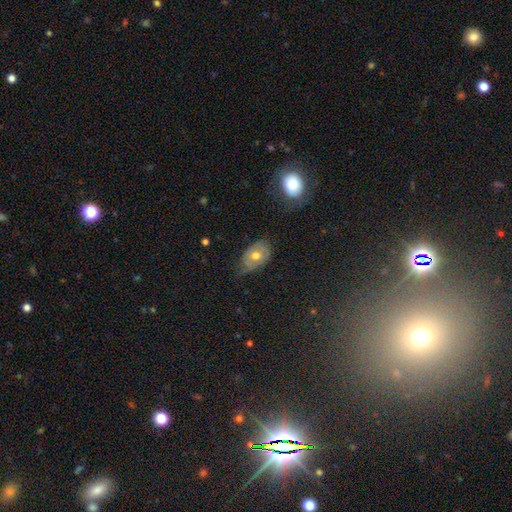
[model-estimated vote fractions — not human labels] A smooth galaxy with no disk features (50%) that is in between round and cigar-shaped (78%).

Vote fractions:
- Smooth or featured? smooth: 50% / featured or disk: 40% / star or artifact: 9%
- How rounded? in between: 78% / round: 20% / cigar-shaped: 2%
- Merging? none: 47% / minor disturbance: 36% / major disturbance: 15% / merger: 2%